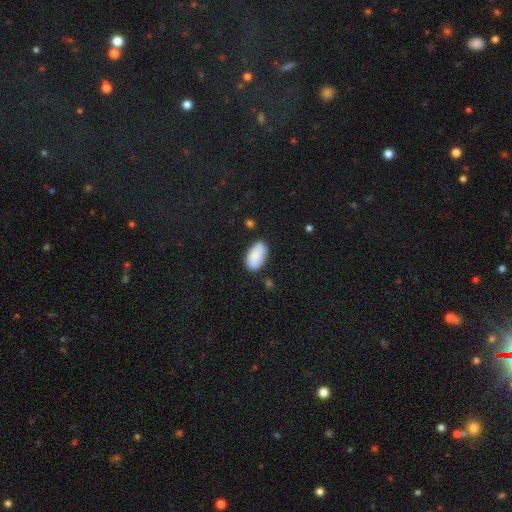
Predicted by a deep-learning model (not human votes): smooth 85%, featured or disk 8%, star or artifact 7%. Down the decision tree: how rounded — in between (95%); merging — none (66%).